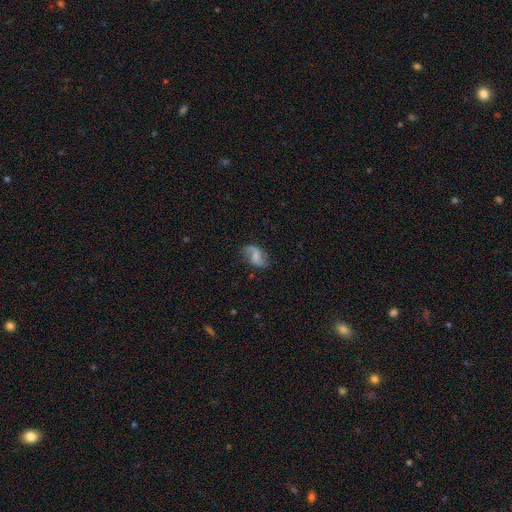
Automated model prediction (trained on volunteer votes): featured or disk 61%, smooth 30%, star or artifact 9%. Down the decision tree: edge-on disk — no (97%); bar — weak (45%); spiral arms — yes (90%); spiral arm count — 2 (86%); spiral winding — loose (73%); bulge size — none (42%); merging — none (69%).